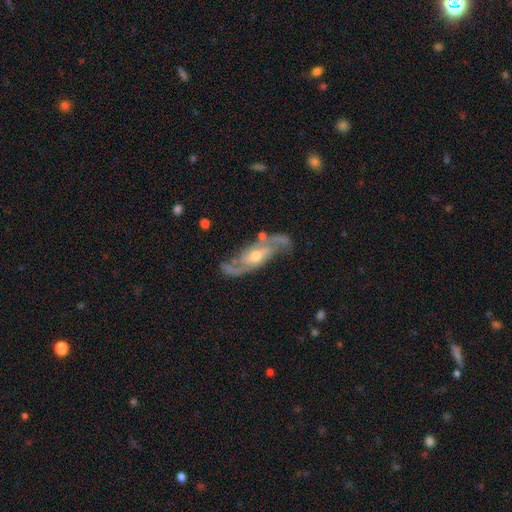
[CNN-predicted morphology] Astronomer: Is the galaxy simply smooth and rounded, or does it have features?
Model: featured or disk — 90%.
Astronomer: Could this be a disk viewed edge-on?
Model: no — 94%.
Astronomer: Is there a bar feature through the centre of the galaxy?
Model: no — 48% (runner-up: weak, 37%).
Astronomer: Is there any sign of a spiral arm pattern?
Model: yes — 97%.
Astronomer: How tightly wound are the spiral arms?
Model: medium — 52%.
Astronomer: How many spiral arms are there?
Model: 2 — 91%.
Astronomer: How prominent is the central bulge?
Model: moderate — 62%.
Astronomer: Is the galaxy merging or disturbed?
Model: none — 76%.